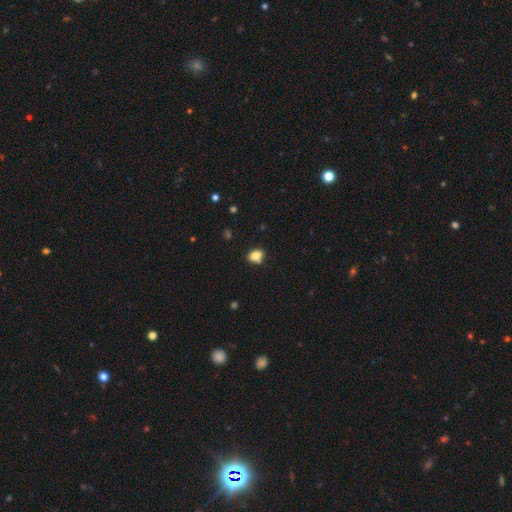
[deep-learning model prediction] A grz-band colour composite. It shows a smooth galaxy with no disk features (82%) that is in between round and cigar-shaped (51%). Merging: none (77%).